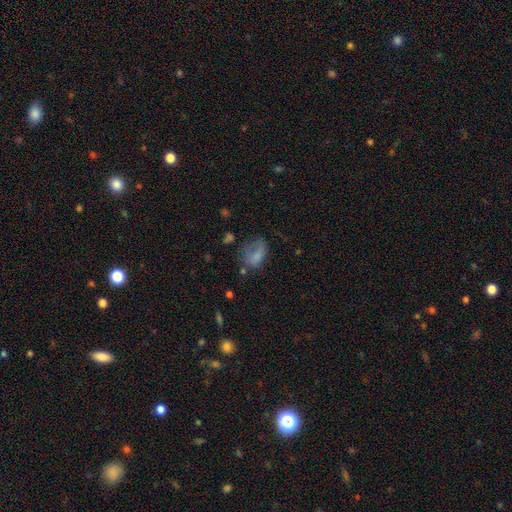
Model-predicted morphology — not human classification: smooth 67%, featured or disk 20%, star or artifact 13%. Down the decision tree: how rounded — in between (82%); merging — major disturbance (39%).